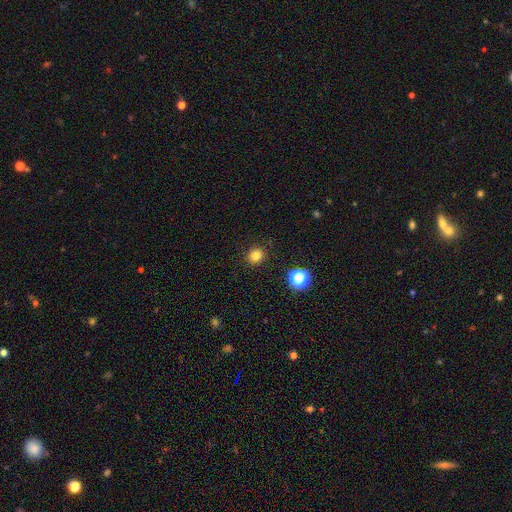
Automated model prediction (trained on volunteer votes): Overall: smooth (81%). How rounded: round (82%). Merging: none (91%).